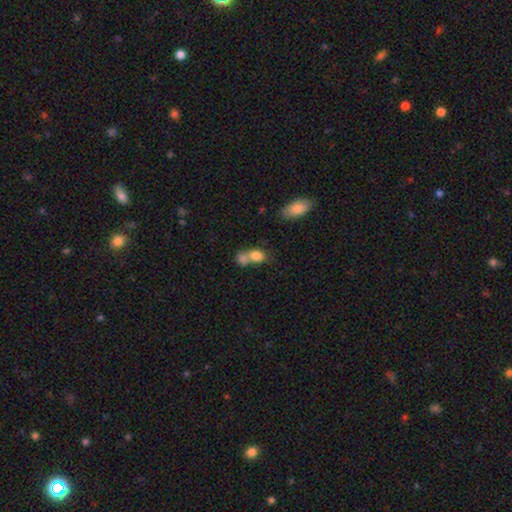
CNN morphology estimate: A smooth galaxy with no disk features (80%) that is in between round and cigar-shaped (62%). Merging: merger (62%).